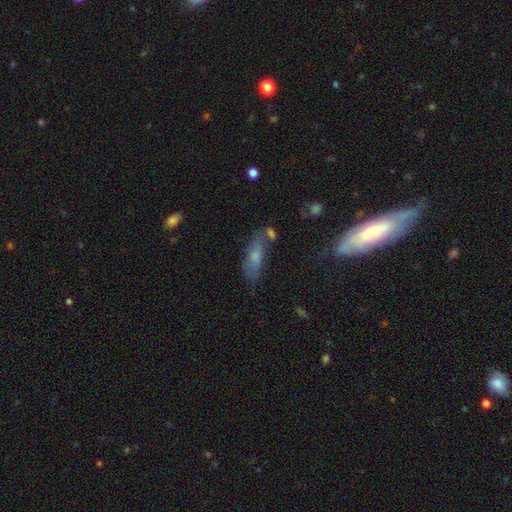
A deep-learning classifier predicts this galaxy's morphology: This is likely a smooth galaxy (63%). How rounded: possibly in between (59%). Merging: possibly none (58%).